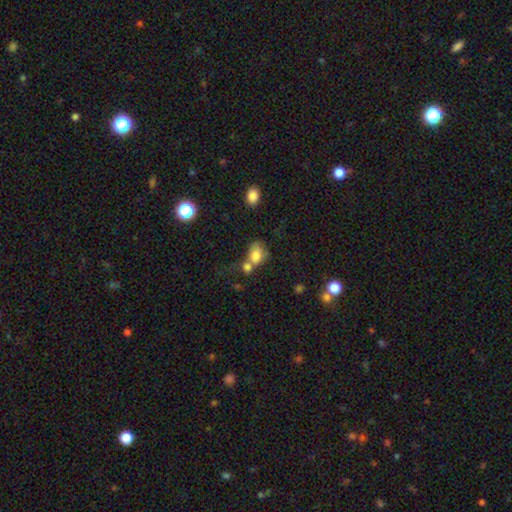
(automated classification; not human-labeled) The model was most divided on "merging": merger: 52%, none: 25%, minor disturbance: 14%, major disturbance: 10%. More confident: smooth or featured — smooth (76%); how rounded — in between (70%).